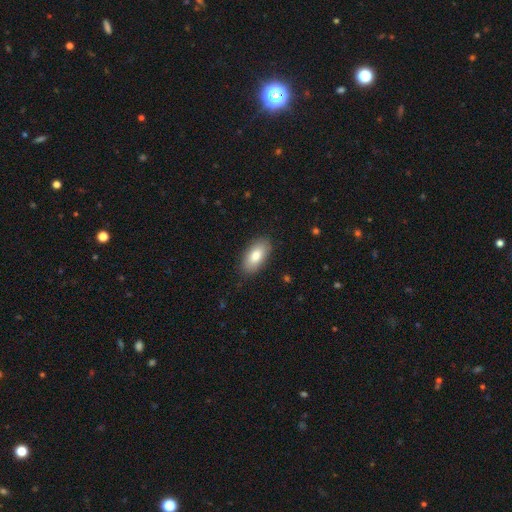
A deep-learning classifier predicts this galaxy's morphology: Q: Smooth or featured?
A: smooth (82%); runner-up: featured or disk (12%)
Q: How rounded?
A: in between (92%); runner-up: cigar-shaped (6%)
Q: Merging?
A: none (87%); runner-up: minor disturbance (10%)